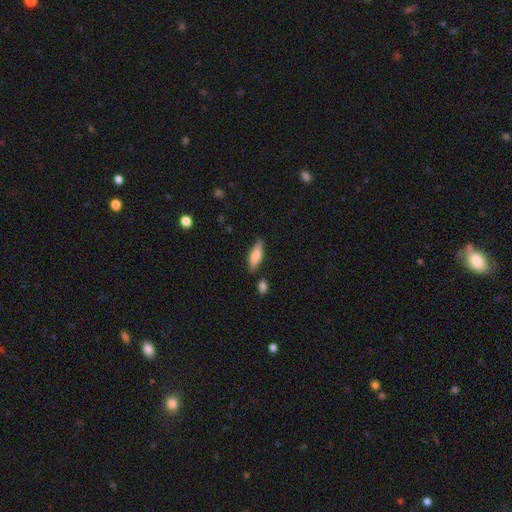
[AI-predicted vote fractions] The model was most divided on "how rounded": cigar-shaped: 49%, in between: 48%, round: 2%. More confident: merging — none (80%); smooth or featured — smooth (67%).